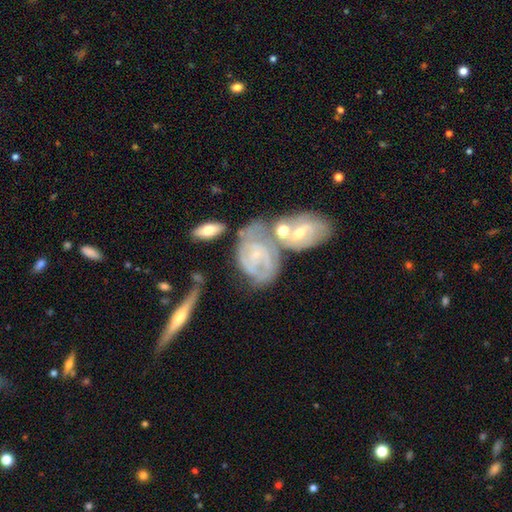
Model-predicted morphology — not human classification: type=featured or disk (77%); edge-on=no (96%); bar=no (67%); spiral arms=yes (87%); winding=tight (55%); arm count=can't tell (36%); bulge=small (77%); merging=none (34%).